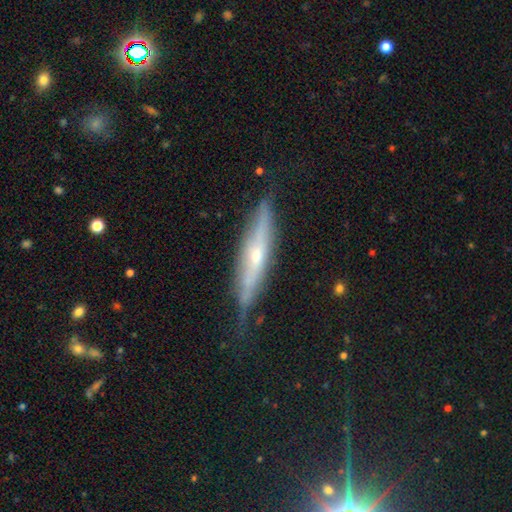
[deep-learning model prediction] This appears to be a featured or disk galaxy (68%) viewed edge-on (82%) with a rounded central bulge (71%). Merging: none (70%).